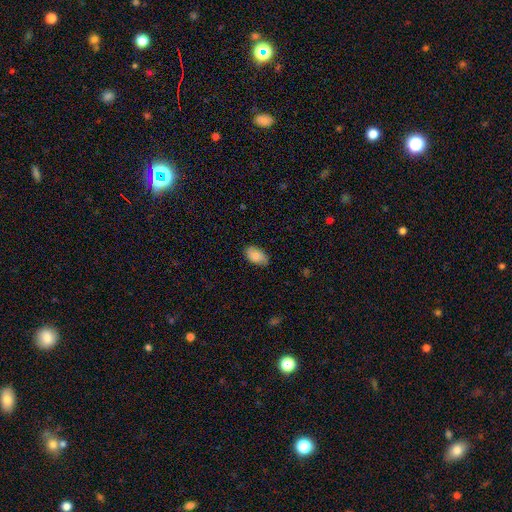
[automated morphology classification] A smooth galaxy with no disk features (73%) that is in between round and cigar-shaped (93%).

Vote fractions:
- Smooth or featured? smooth: 73% / featured or disk: 19% / star or artifact: 7%
- How rounded? in between: 93% / round: 6% / cigar-shaped: 2%
- Merging? none: 77% / minor disturbance: 19% / major disturbance: 3% / merger: 1%